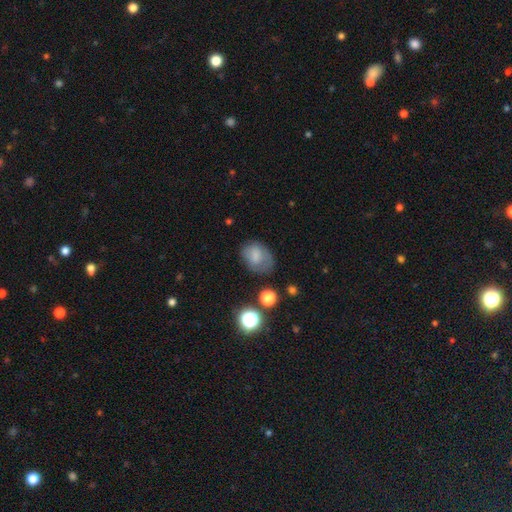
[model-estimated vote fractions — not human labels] Smooth or featured? Predicted: smooth (p=0.71). How rounded? Predicted: in between (p=0.69). Merging? Predicted: none (p=0.55).